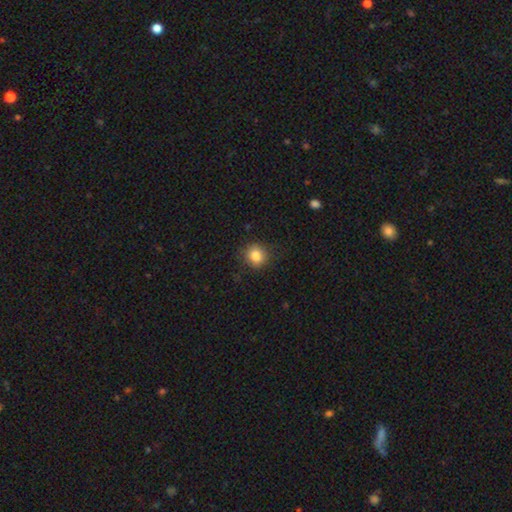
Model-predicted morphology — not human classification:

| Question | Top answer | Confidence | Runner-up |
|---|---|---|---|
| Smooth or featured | smooth | 84% | star or artifact (10%) |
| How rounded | round | 84% | in between (15%) |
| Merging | none | 85% | minor disturbance (11%) |